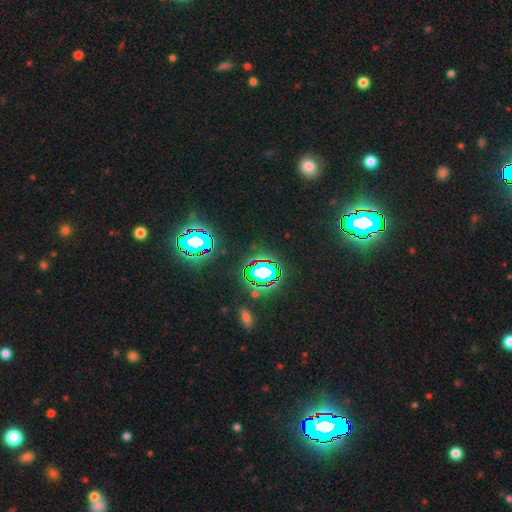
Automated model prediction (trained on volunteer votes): Smooth or featured: star or artifact — 82% (smooth — 11%)